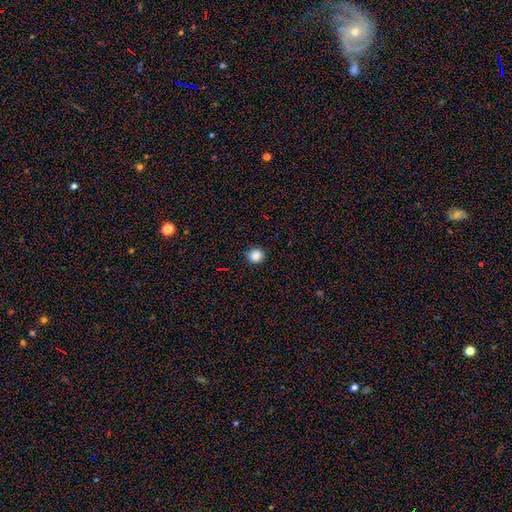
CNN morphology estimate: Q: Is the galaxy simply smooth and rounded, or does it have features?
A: smooth — 86%.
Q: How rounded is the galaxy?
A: round — 91%.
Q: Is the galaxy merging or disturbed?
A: none — 92%.